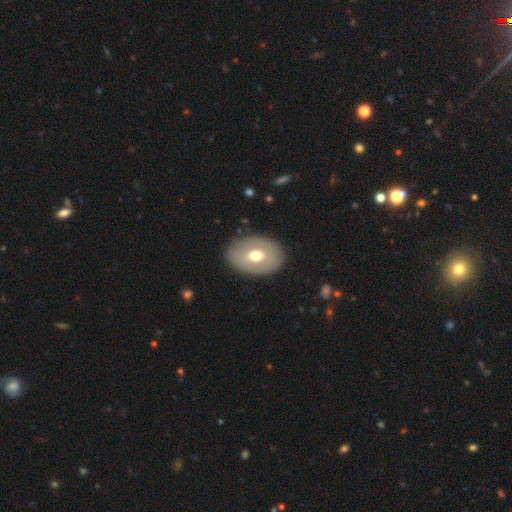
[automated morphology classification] Q: Smooth or featured?
A: smooth (53%); runner-up: featured or disk (40%)
Q: How rounded?
A: in between (80%); runner-up: round (19%)
Q: Merging?
A: none (85%); runner-up: minor disturbance (10%)